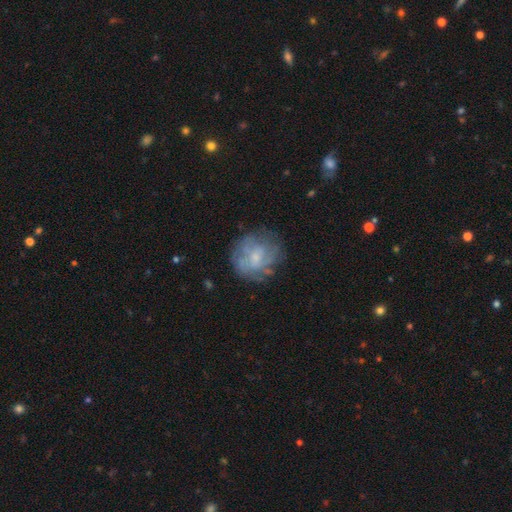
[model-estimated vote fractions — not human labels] Smooth or featured?
  - featured or disk: 56% *
  - smooth: 35%
  - star or artifact: 9%
Edge-on disk?
  - no: 98% *
  - yes: 2%
Bar?
  - no: 71% *
  - weak: 26%
  - strong: 4%
Spiral arms?
  - yes: 54% *
  - no: 46%
Bulge size?
  - small: 57% *
  - moderate: 27%
  - none: 13%
  - large: 2%
  - dominant: 1%
Merging?
  - none: 70% *
  - minor disturbance: 18%
  - major disturbance: 10%
  - merger: 2%